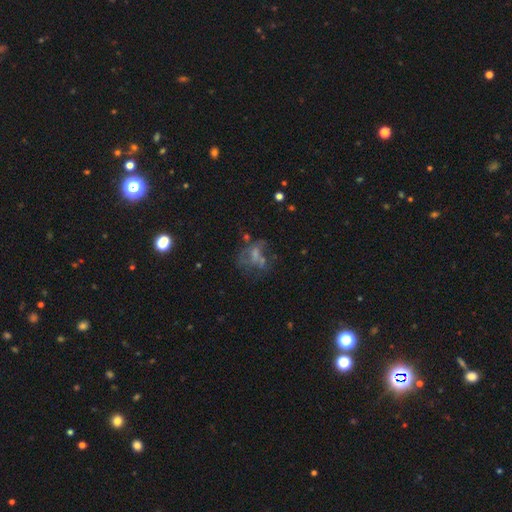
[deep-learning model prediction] Smooth or featured? Predicted: featured or disk (p=0.53). Edge-on disk? Predicted: no (p=0.97). Bar? Predicted: no (p=0.76). Spiral arms? Predicted: no (p=0.79). Bulge size? Predicted: none (p=0.41). Merging? Predicted: major disturbance (p=0.35, tied with none).